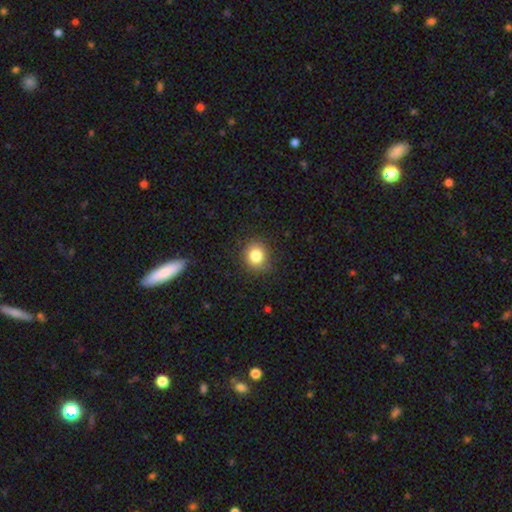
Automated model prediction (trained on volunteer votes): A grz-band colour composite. It shows a smooth galaxy with no disk features (82%) that is round (82%). Merging: none (87%).